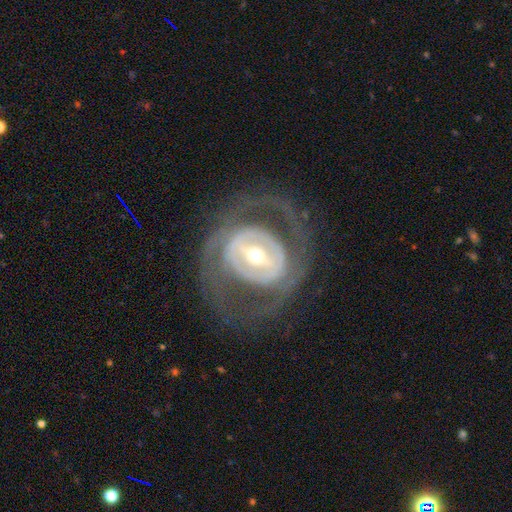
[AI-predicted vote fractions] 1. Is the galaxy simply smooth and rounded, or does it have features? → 82% featured or disk, 13% smooth, 6% star or artifact.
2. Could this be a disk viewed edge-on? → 94% no, 6% yes.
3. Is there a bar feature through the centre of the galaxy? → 46% strong, 32% weak, 22% no.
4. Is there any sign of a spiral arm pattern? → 53% yes, 47% no.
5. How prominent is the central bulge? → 48% moderate, 45% small, 5% large, 1% dominant, 1% none.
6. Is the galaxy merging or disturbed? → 69% none, 18% major disturbance, 12% minor disturbance, 1% merger.